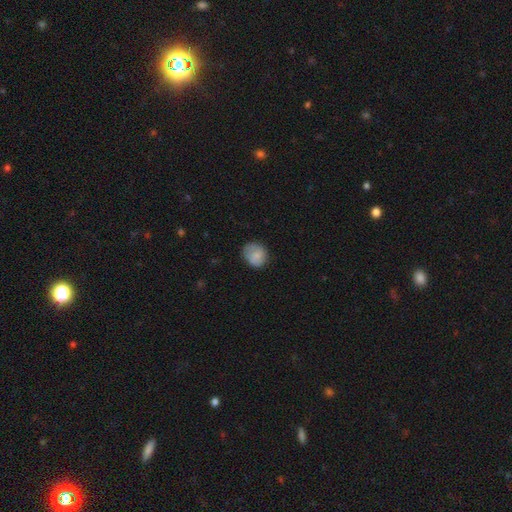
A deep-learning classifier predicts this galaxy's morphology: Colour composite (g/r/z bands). It shows a smooth galaxy with no disk features (79%) that is round (72%). Merging: none (69%).